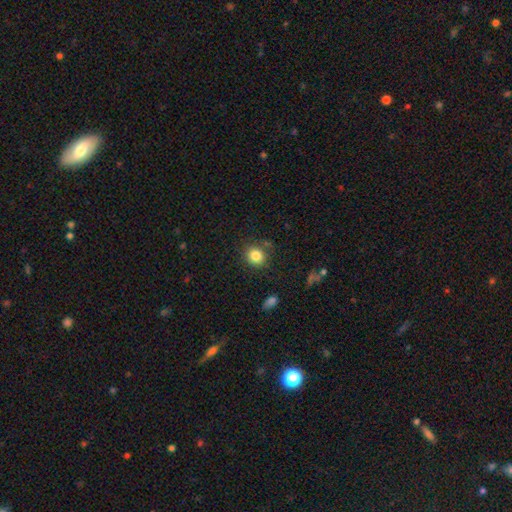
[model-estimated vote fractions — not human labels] Overall: smooth (83%). How rounded: round (81%). Merging: none (80%).